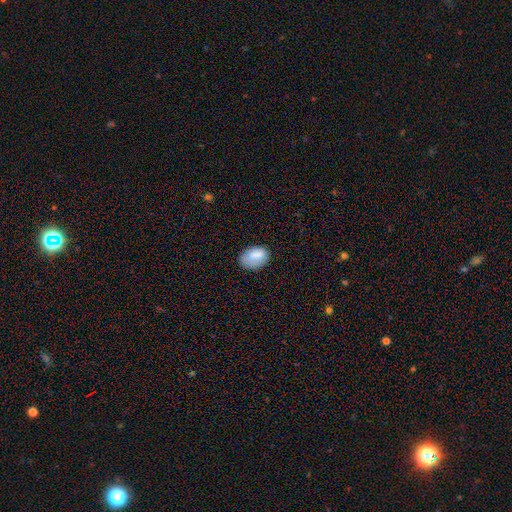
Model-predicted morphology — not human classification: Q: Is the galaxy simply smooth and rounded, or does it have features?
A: smooth — 82%.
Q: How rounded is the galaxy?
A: in between — 84%.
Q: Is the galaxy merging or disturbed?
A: none — 66%.